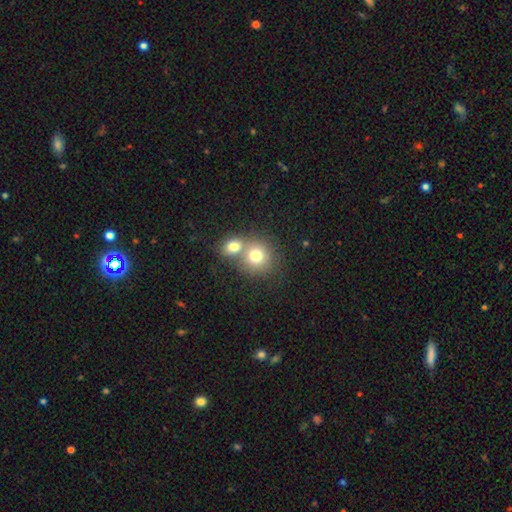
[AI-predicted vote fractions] This is likely a smooth galaxy (73%). How rounded: clearly round (82%). Merging: possibly merger (54%).